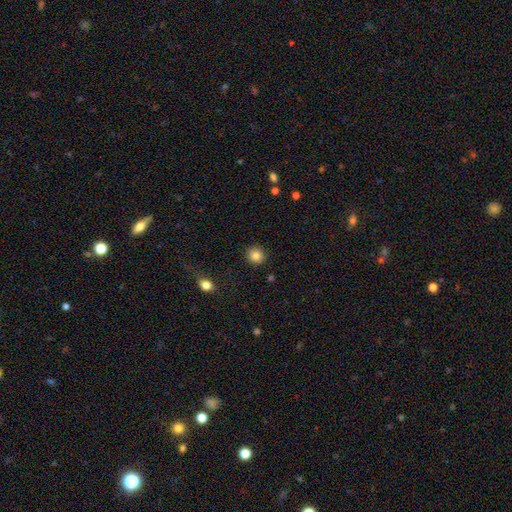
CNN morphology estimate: Overall: smooth (85%). How rounded: round (89%). Merging: none (91%).